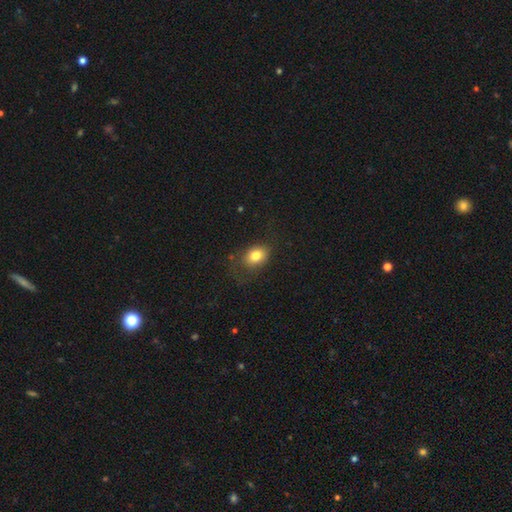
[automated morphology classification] A smooth galaxy with no disk features (79%) that is in between round and cigar-shaped (65%).

Vote fractions:
- Smooth or featured? smooth: 79% / featured or disk: 11% / star or artifact: 10%
- How rounded? in between: 65% / round: 34% / cigar-shaped: 1%
- Merging? none: 63% / minor disturbance: 21% / major disturbance: 15% / merger: 2%